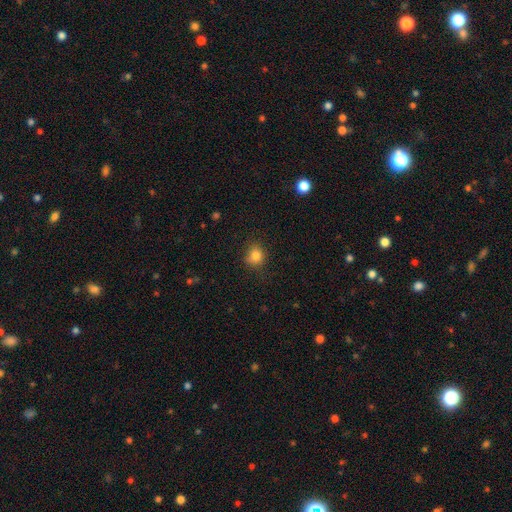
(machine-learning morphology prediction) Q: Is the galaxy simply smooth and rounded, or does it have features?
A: smooth — 82%.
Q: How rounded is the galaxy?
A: round — 74%.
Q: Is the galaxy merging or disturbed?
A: none — 74%.